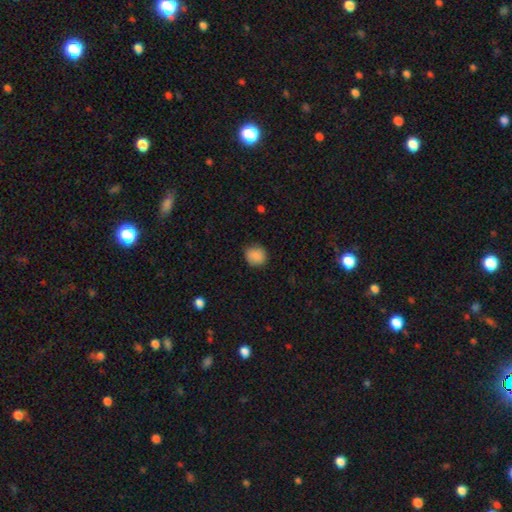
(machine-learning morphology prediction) smooth-or-featured: smooth: 87% | star or artifact: 8% | featured or disk: 4%
  how-rounded: round: 85% | in between: 14% | cigar-shaped: 1%
  merging: none: 84% | minor disturbance: 13% | major disturbance: 3% | merger: 1%